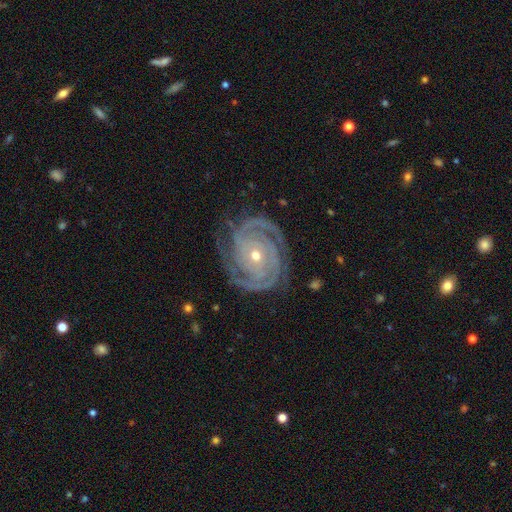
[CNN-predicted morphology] The model was most divided on "spiral arm count": 2: 38%, 3: 29%, 4: 11%, can't tell: 9%, more than 4: 6%, 1: 6%. More confident: spiral arms — yes (99%); edge-on disk — no (98%); smooth or featured — featured or disk (93%); spiral winding — tight (82%); merging — none (81%); bar — no (75%); bulge size — small (55%).